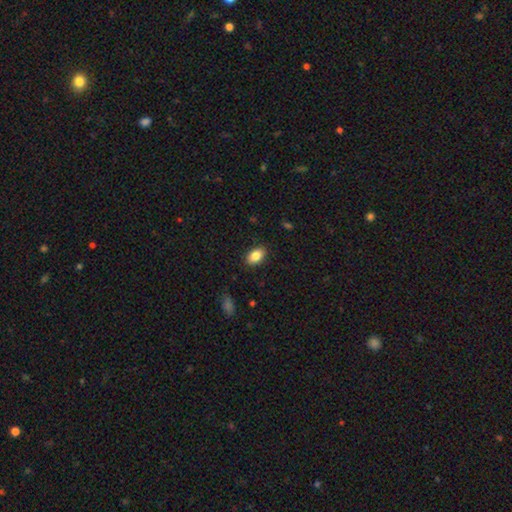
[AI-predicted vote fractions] smooth_or_featured: smooth (p=0.85) [alt: star or artifact p=0.08]
how_rounded: in between (p=0.90) [alt: round p=0.09]
merging: none (p=0.88) [alt: minor disturbance p=0.09]